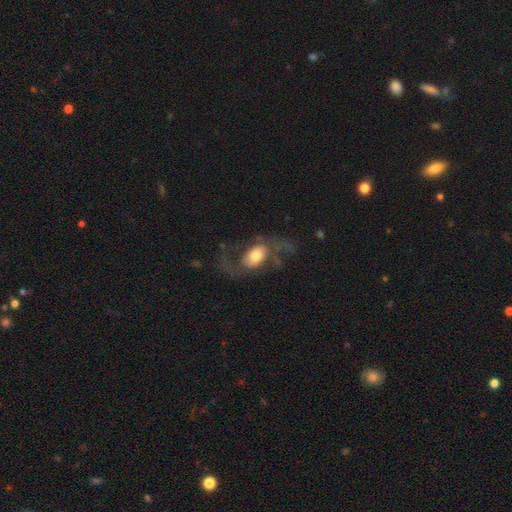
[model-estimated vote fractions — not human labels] A featured or disk galaxy (61%) with no bar (58%), spiral arms (74%) and a moderate central bulge (49%). Merging: none (41%).